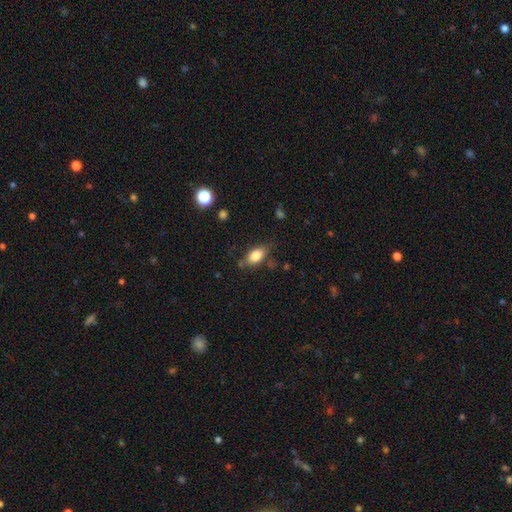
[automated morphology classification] A smooth galaxy with no disk features (81%) that is in between round and cigar-shaped (87%).

Vote fractions:
- Smooth or featured? smooth: 81% / featured or disk: 10% / star or artifact: 8%
- How rounded? in between: 87% / round: 8% / cigar-shaped: 5%
- Merging? none: 73% / minor disturbance: 19% / major disturbance: 5% / merger: 4%